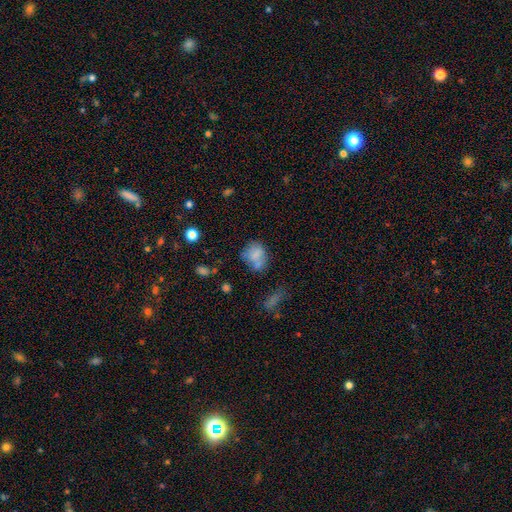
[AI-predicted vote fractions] Morphology: type=smooth (69%); roundness=in between (54%); merging=none (45%).